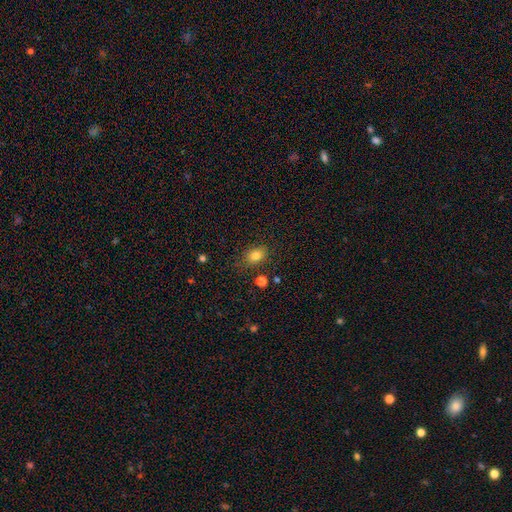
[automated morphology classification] This appears to be a smooth galaxy with no disk features (82%) that is in between round and cigar-shaped (70%). Merging: none (80%).